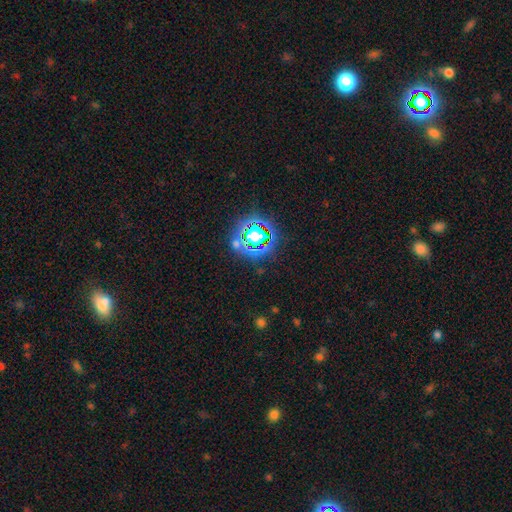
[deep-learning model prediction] Smooth or featured: star or artifact — 76% (smooth — 16%)